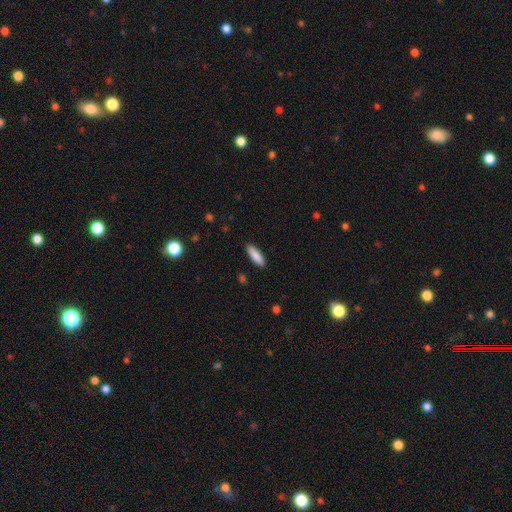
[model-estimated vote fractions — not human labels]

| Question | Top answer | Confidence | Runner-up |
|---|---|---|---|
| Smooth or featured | smooth | 86% | featured or disk (8%) |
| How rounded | cigar-shaped | 59% | in between (40%) |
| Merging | none | 90% | minor disturbance (7%) |